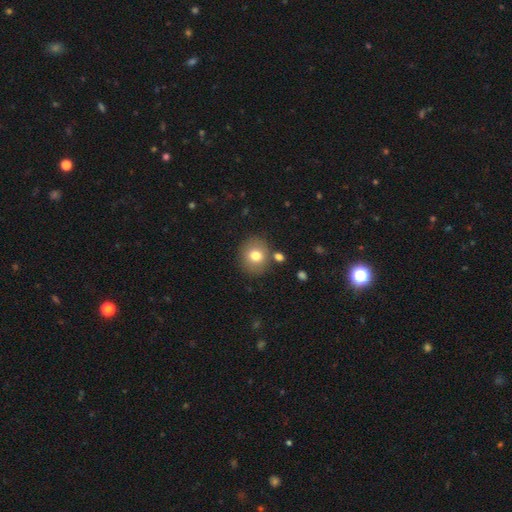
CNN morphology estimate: type=smooth (75%); roundness=round (75%); merging=none (80%).